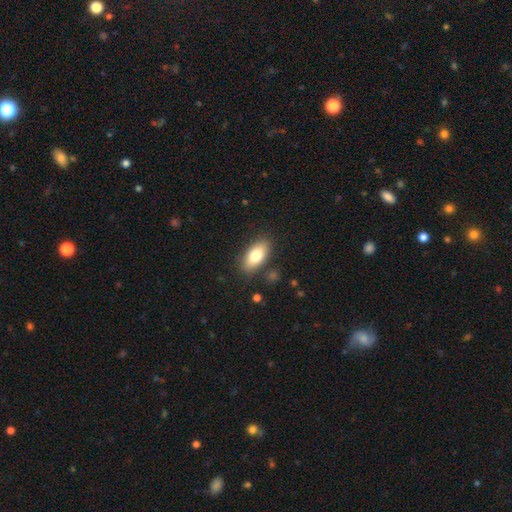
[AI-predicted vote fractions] Overall: smooth (78%). How rounded: in between (88%). Merging: none (84%).